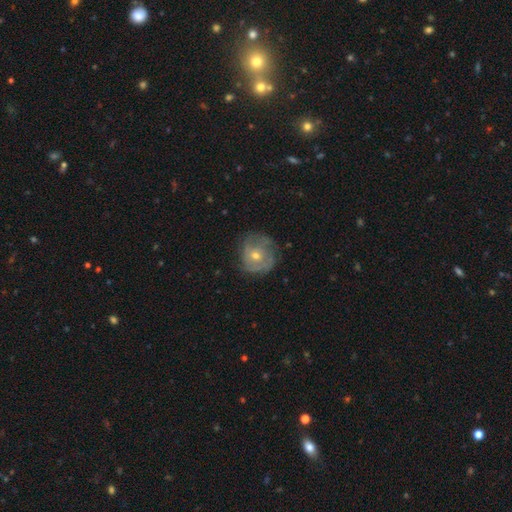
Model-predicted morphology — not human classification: type=featured or disk (60%); edge-on=no (97%); bar=no (80%); spiral arms=yes (72%); bulge=moderate (51%); merging=none (71%).